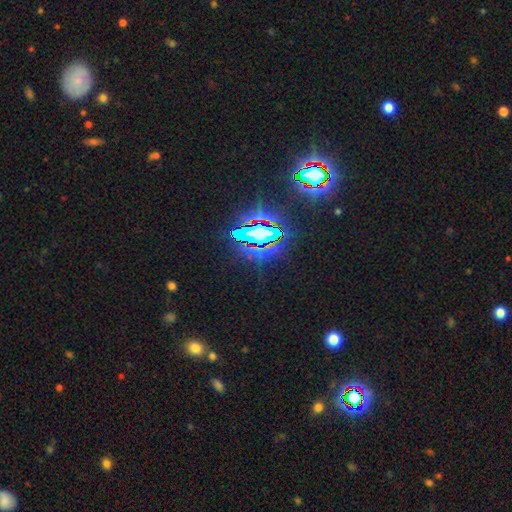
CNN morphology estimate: star or artifact 84%, smooth 9%, featured or disk 7%.